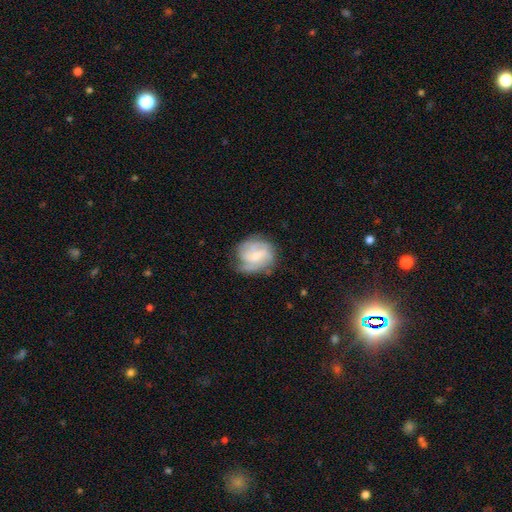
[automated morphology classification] Smooth or featured?
  - featured or disk: 68% *
  - smooth: 26%
  - star or artifact: 7%
Edge-on disk?
  - no: 98% *
  - yes: 2%
Bar?
  - no: 49% *
  - weak: 43%
  - strong: 8%
Spiral arms?
  - yes: 88% *
  - no: 12%
Spiral winding?
  - tight: 46% *
  - medium: 39%
  - loose: 15%
Spiral arm count?
  - can't tell: 35% *
  - 3: 26%
  - 2: 21%
  - 4: 9%
  - 1: 5%
  - more than 4: 5%
Bulge size?
  - small: 61% *
  - moderate: 30%
  - none: 5%
  - large: 2%
  - dominant: 1%
Merging?
  - none: 64% *
  - minor disturbance: 24%
  - major disturbance: 10%
  - merger: 2%